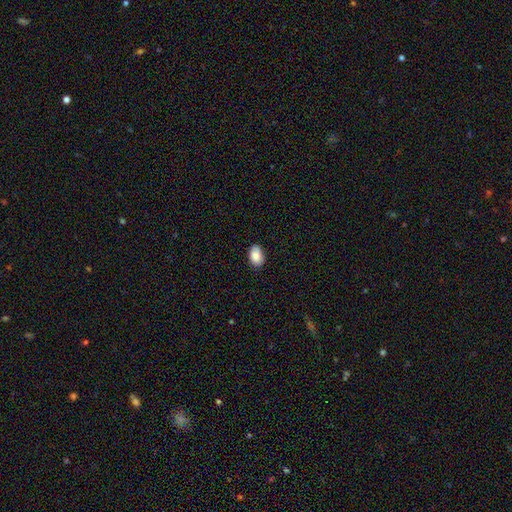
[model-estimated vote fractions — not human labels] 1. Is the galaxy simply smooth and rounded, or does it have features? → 88% smooth, 7% star or artifact, 5% featured or disk.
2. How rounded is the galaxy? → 90% in between, 9% round, 1% cigar-shaped.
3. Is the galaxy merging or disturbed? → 83% none, 14% minor disturbance, 2% major disturbance, 1% merger.